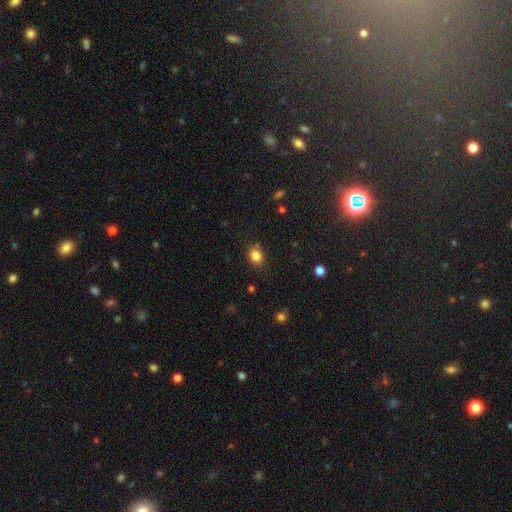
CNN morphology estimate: smooth_or_featured: smooth (p=0.83) [alt: star or artifact p=0.11]
how_rounded: round (p=0.58) [alt: in between p=0.41]
merging: none (p=0.79) [alt: minor disturbance p=0.15]